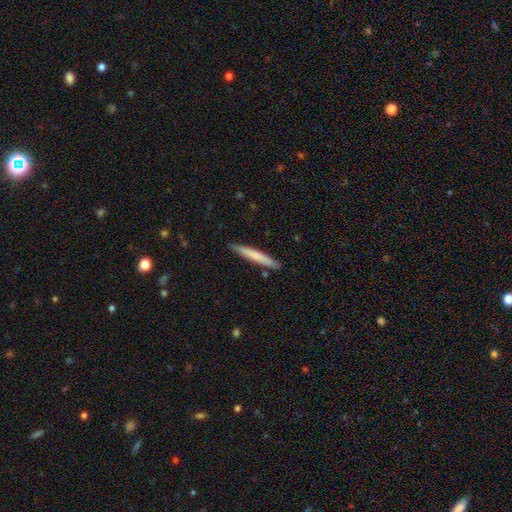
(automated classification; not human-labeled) Smooth or featured? Predicted: smooth (p=0.69). How rounded? Predicted: cigar-shaped (p=0.96). Merging? Predicted: none (p=0.89).